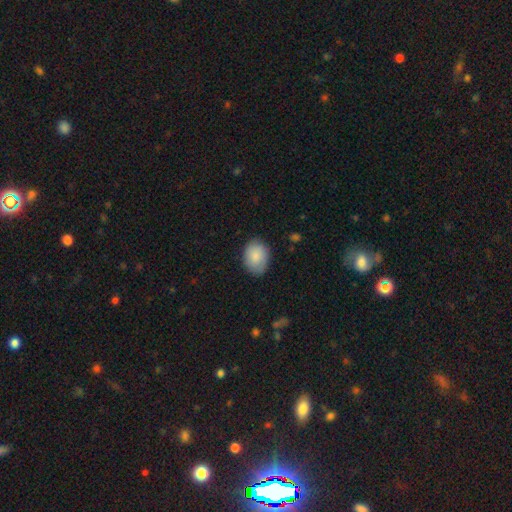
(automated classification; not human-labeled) smooth 86%, featured or disk 8%, star or artifact 6%. Down the decision tree: how rounded — in between (70%); merging — none (80%).